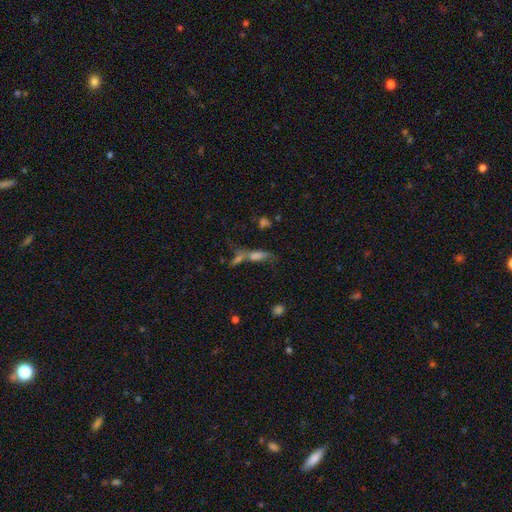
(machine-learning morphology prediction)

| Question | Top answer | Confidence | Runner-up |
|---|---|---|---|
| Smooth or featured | smooth | 49% | featured or disk (32%) |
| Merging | merger | 44% | none (32%) |